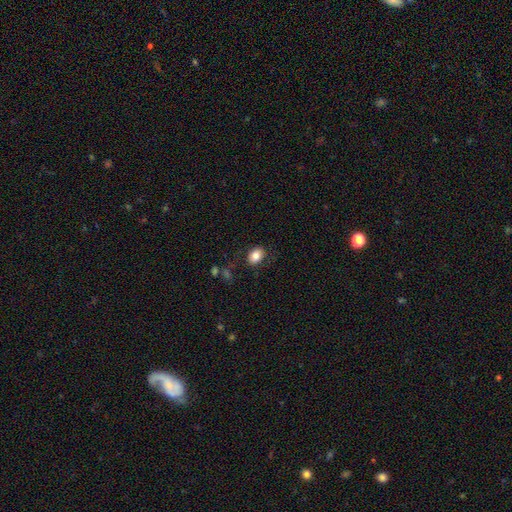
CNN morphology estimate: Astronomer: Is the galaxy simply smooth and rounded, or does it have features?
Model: smooth — 82%.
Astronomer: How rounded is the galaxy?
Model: in between — 75%.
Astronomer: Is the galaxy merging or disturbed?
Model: none — 81%.